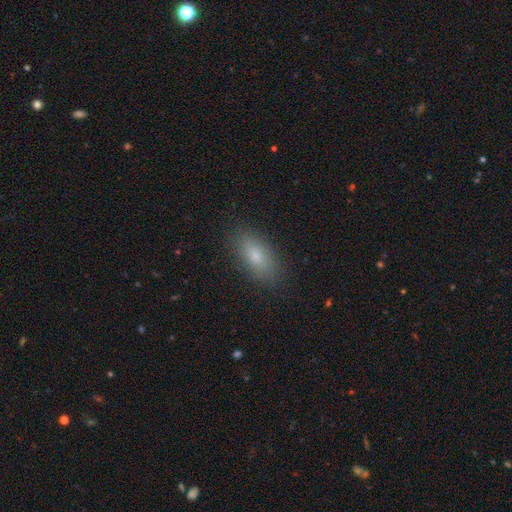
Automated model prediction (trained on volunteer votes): This appears to be a smooth galaxy with no disk features (79%) that is in between round and cigar-shaped (86%). Merging: none (85%).